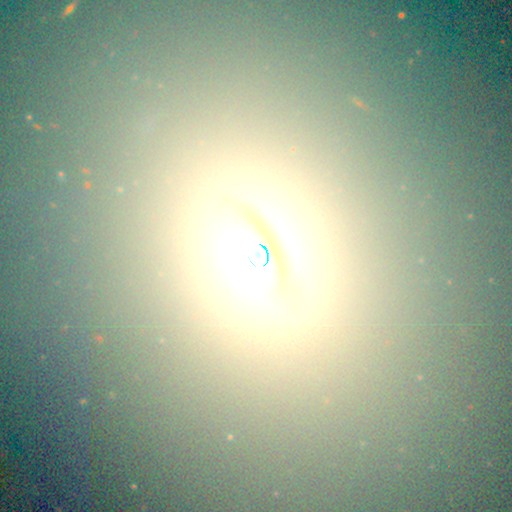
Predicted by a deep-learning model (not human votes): A smooth galaxy with no disk features (46%). Merging: none (78%).